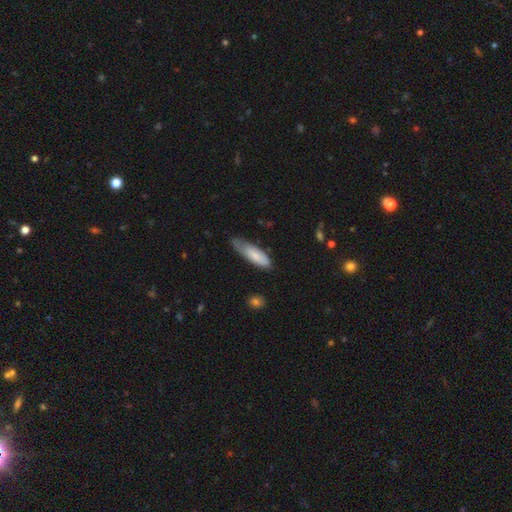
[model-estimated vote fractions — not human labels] smooth 76%, featured or disk 19%, star or artifact 5%. Down the decision tree: how rounded — in between (51%); merging — none (46%).